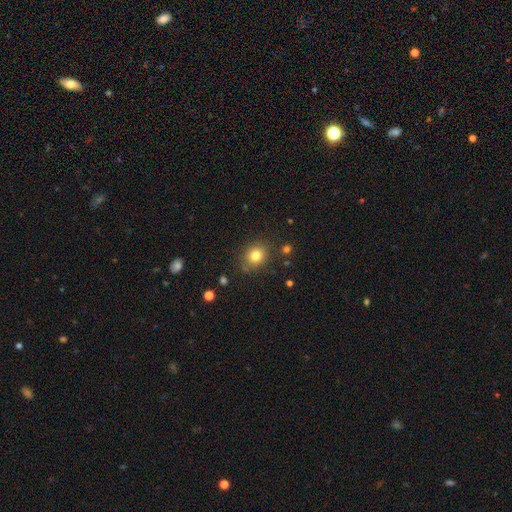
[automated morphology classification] Overall: smooth (80%). How rounded: round (78%). Merging: none (82%).